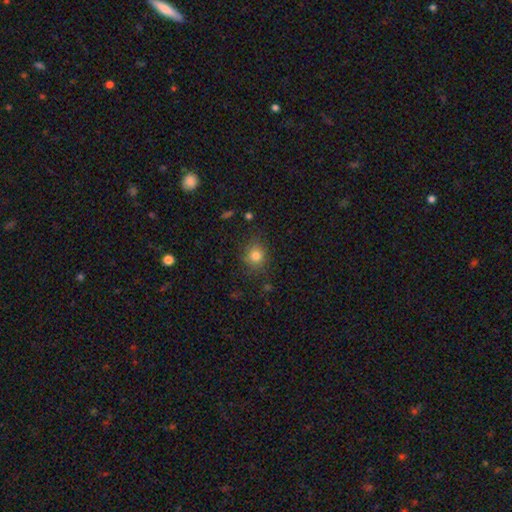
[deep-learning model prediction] smooth-or-featured: smooth: 79% | star or artifact: 12% | featured or disk: 8%
  how-rounded: round: 78% | in between: 21% | cigar-shaped: 1%
  merging: none: 79% | minor disturbance: 14% | major disturbance: 4% | merger: 2%